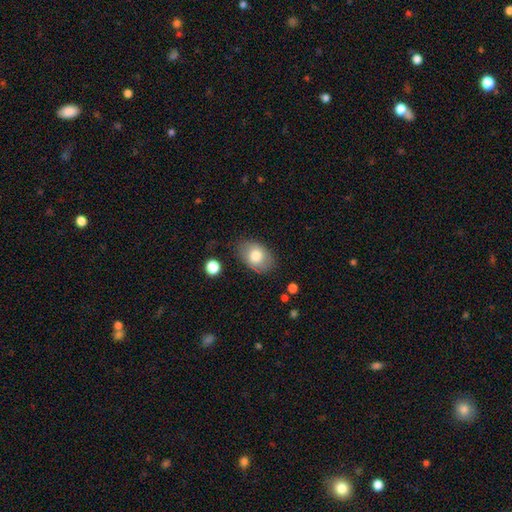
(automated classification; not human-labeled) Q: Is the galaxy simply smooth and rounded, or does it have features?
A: smooth — 78%.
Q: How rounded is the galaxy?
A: in between — 83%.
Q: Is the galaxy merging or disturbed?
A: none — 76%.